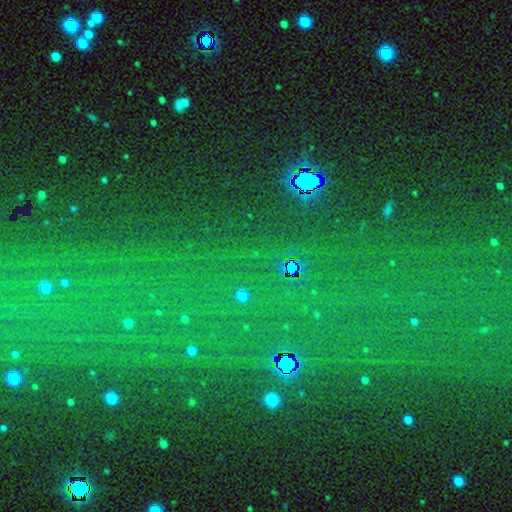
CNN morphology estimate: The model was most divided on "smooth or featured": star or artifact: 81%, smooth: 10%, featured or disk: 8%.